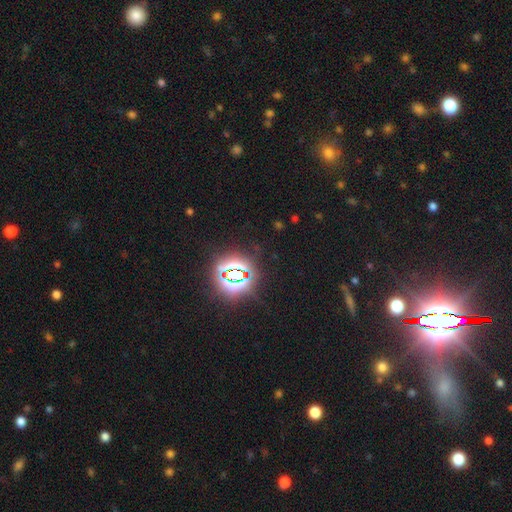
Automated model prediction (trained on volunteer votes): Smooth or featured? Predicted: star or artifact (p=0.82).